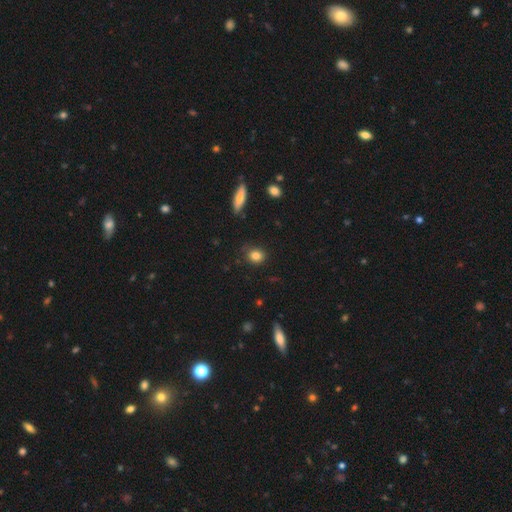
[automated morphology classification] A smooth galaxy with no disk features (84%) that is round (65%). Merging: none (79%).